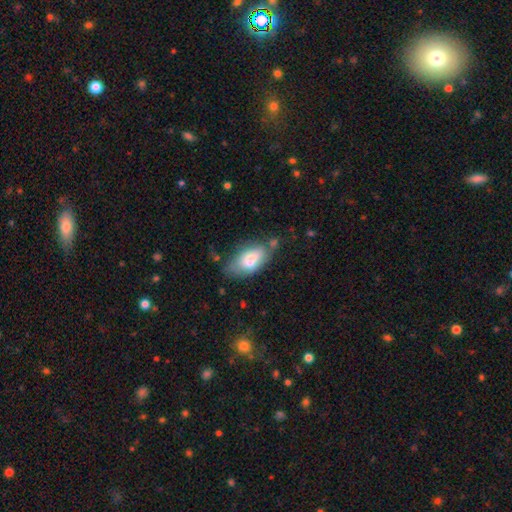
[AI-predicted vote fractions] Smooth or featured: smooth — 74% (featured or disk — 19%)
How rounded: in between — 92% (round — 4%)
Merging: none — 52% (minor disturbance — 28%)